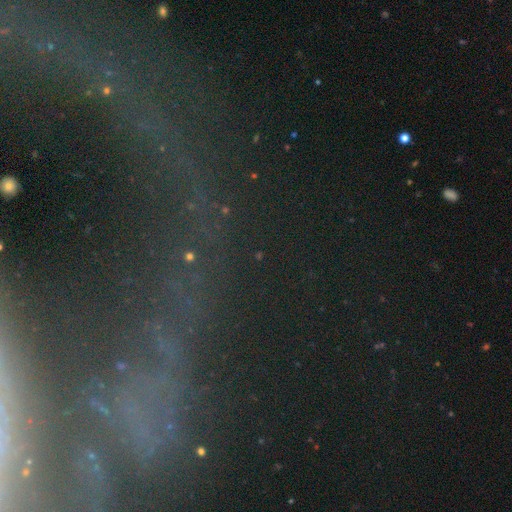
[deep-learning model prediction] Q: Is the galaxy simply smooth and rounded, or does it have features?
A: star or artifact — 51%.